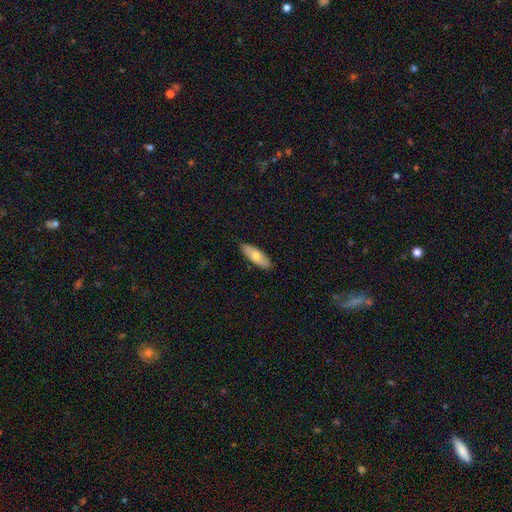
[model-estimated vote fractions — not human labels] Q: Smooth or featured?
A: smooth (69%); runner-up: featured or disk (25%)
Q: How rounded?
A: in between (68%); runner-up: cigar-shaped (30%)
Q: Merging?
A: none (88%); runner-up: minor disturbance (10%)